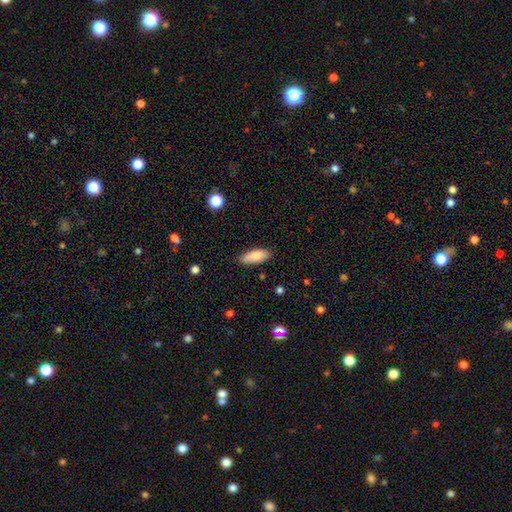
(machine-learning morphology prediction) Overall: smooth (84%). How rounded: in between (74%). Merging: none (82%).